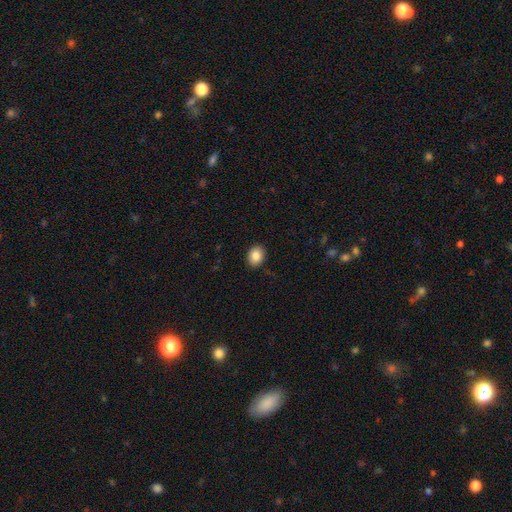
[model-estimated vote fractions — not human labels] smooth 87%, star or artifact 8%, featured or disk 5%. Down the decision tree: how rounded — in between (56%); merging — none (90%).